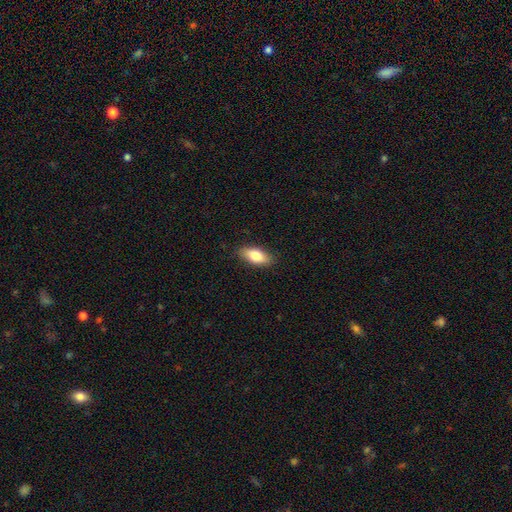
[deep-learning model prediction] A smooth galaxy with no disk features (80%) that is in between round and cigar-shaped (84%).

Vote fractions:
- Smooth or featured? smooth: 80% / featured or disk: 14% / star or artifact: 6%
- How rounded? in between: 84% / cigar-shaped: 13% / round: 3%
- Merging? none: 87% / minor disturbance: 10% / major disturbance: 2% / merger: 1%